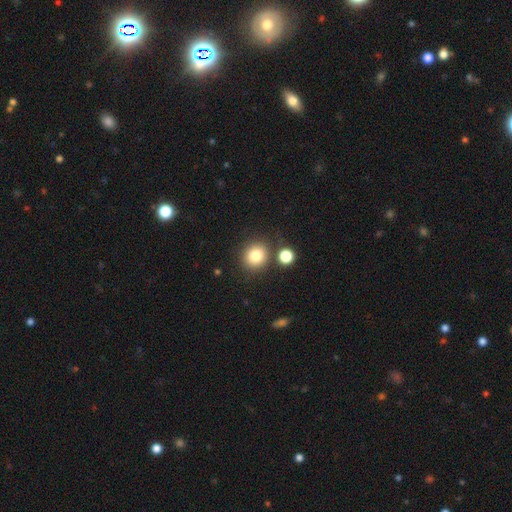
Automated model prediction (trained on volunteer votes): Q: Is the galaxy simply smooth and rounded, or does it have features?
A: smooth — 81%.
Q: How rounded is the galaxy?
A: round — 84%.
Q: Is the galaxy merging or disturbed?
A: none — 79%.